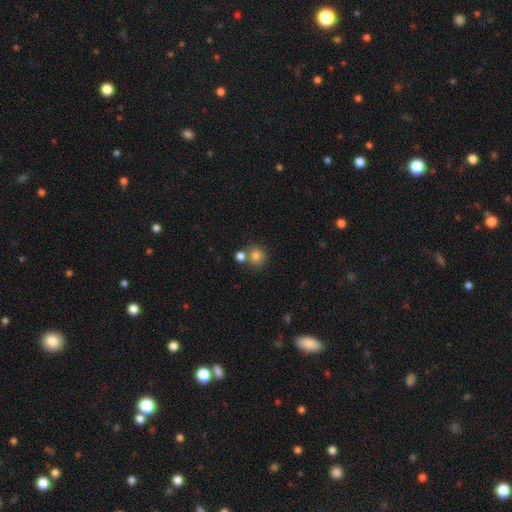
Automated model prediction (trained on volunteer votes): This is likely a smooth galaxy (80%). How rounded: clearly round (84%). Merging: possibly none (59%).